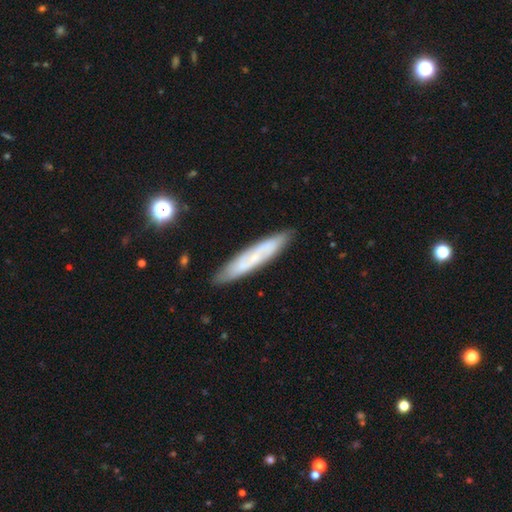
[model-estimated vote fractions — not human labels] Overall: featured or disk (51%; smooth 41%). Edge-on disk: yes (53%; no 47%). Merging: none (85%).